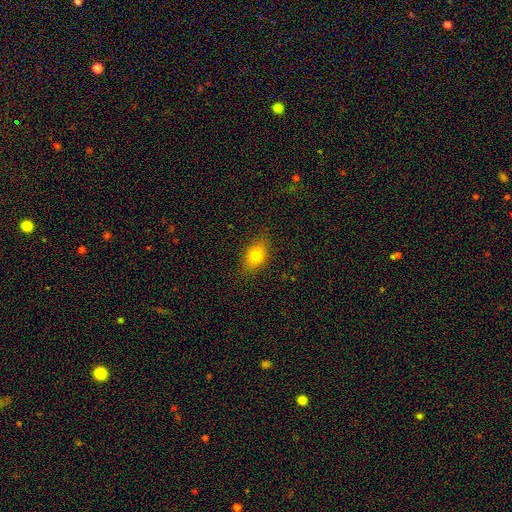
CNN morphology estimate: smooth-or-featured: smooth: 77% | featured or disk: 13% | star or artifact: 11%
  how-rounded: in between: 77% | round: 19% | cigar-shaped: 4%
  merging: none: 83% | minor disturbance: 13% | major disturbance: 3% | merger: 1%